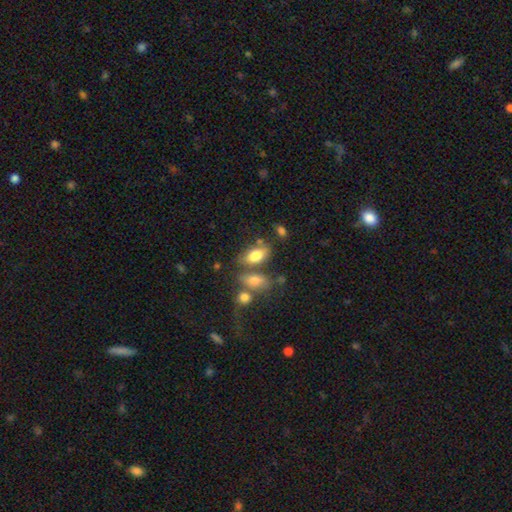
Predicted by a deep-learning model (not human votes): smooth 78%, featured or disk 14%, star or artifact 8%. Down the decision tree: how rounded — in between (90%); merging — none (54%).